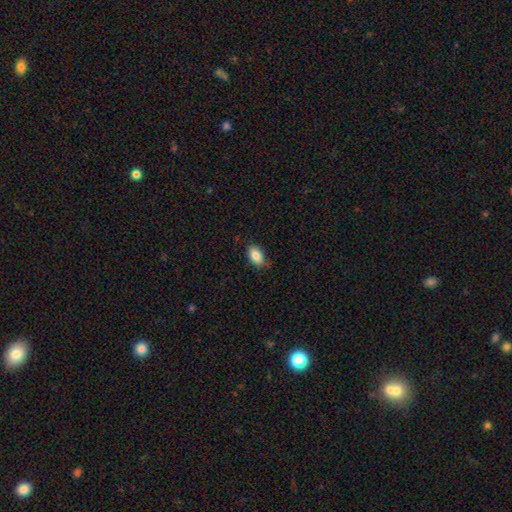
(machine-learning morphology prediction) This is clearly a smooth galaxy (85%). How rounded: clearly in between (90%). Merging: likely none (78%).